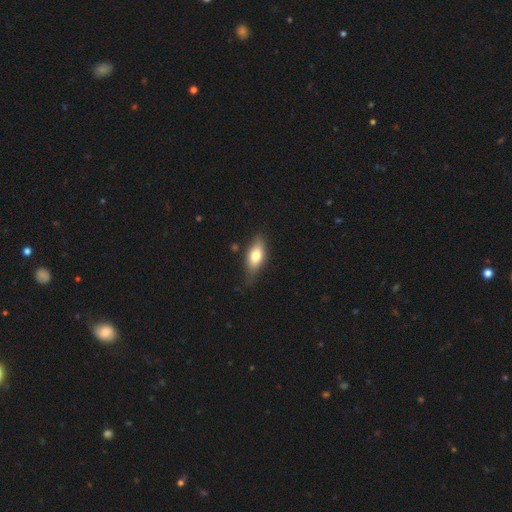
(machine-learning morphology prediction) smooth-or-featured: smooth: 69% | featured or disk: 24% | star or artifact: 7%
  how-rounded: in between: 79% | cigar-shaped: 17% | round: 4%
  merging: none: 74% | minor disturbance: 21% | major disturbance: 4% | merger: 2%